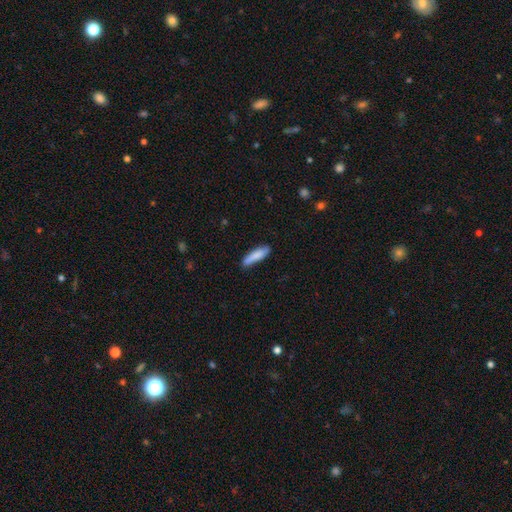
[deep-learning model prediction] Overall: smooth (83%). How rounded: cigar-shaped (74%). Merging: none (77%).